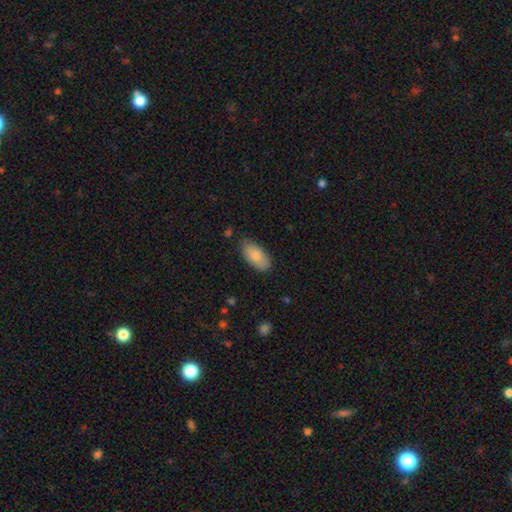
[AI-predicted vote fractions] A smooth galaxy with no disk features (83%) that is in between round and cigar-shaped (94%).

Vote fractions:
- Smooth or featured? smooth: 83% / featured or disk: 11% / star or artifact: 6%
- How rounded? in between: 94% / cigar-shaped: 4% / round: 3%
- Merging? none: 80% / minor disturbance: 16% / major disturbance: 3% / merger: 1%